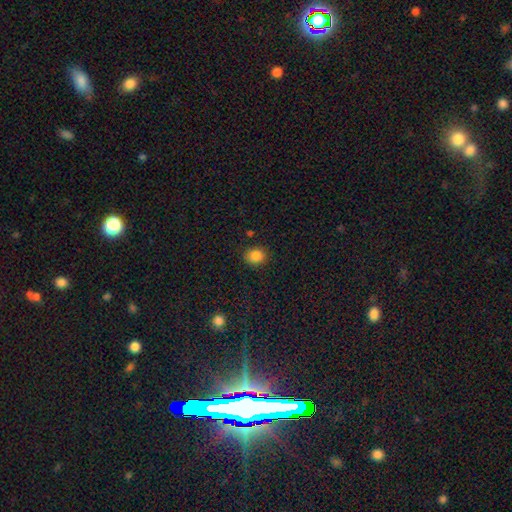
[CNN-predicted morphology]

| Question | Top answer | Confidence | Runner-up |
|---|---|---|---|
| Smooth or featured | smooth | 85% | star or artifact (11%) |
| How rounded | round | 69% | in between (30%) |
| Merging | none | 86% | minor disturbance (9%) |